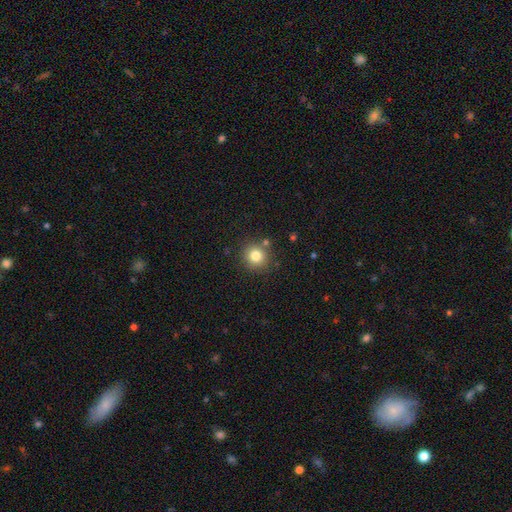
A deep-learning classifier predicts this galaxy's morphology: smooth_or_featured: smooth (p=0.81) [alt: star or artifact p=0.12]
how_rounded: round (p=0.92) [alt: in between p=0.07]
merging: none (p=0.83) [alt: minor disturbance p=0.08]